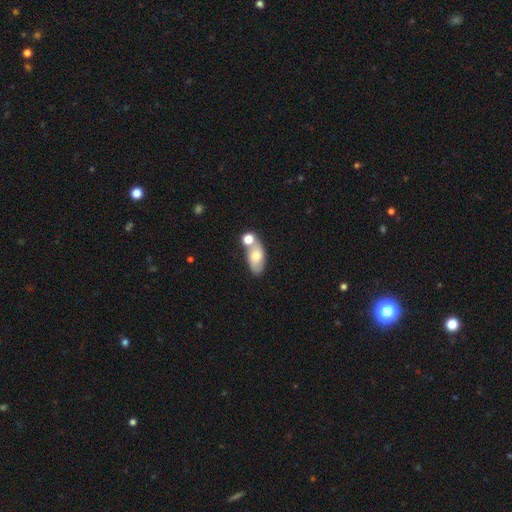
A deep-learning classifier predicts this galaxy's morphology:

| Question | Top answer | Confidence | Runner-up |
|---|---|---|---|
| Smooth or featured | smooth | 66% | featured or disk (26%) |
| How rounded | in between | 86% | round (8%) |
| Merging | none | 47% | merger (33%) |